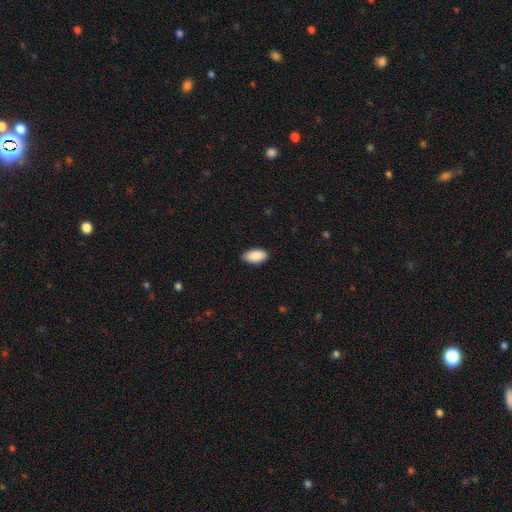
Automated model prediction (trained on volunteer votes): The model was most divided on "merging": none: 87%, minor disturbance: 10%, major disturbance: 2%, merger: 1%. More confident: how rounded — in between (95%); smooth or featured — smooth (90%).